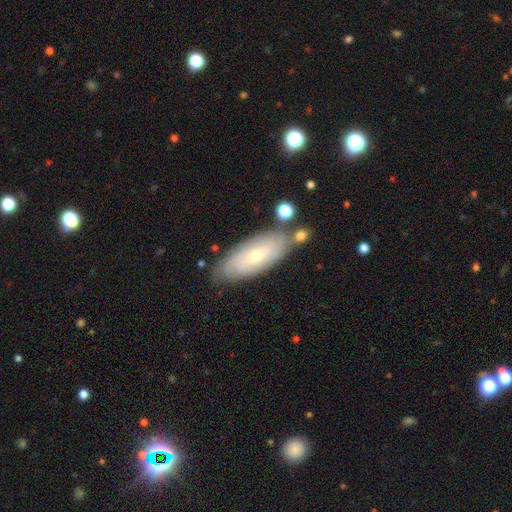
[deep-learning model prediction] featured or disk 51%, smooth 42%, star or artifact 7%. Down the decision tree: edge-on disk — no (81%); merging — none (75%).